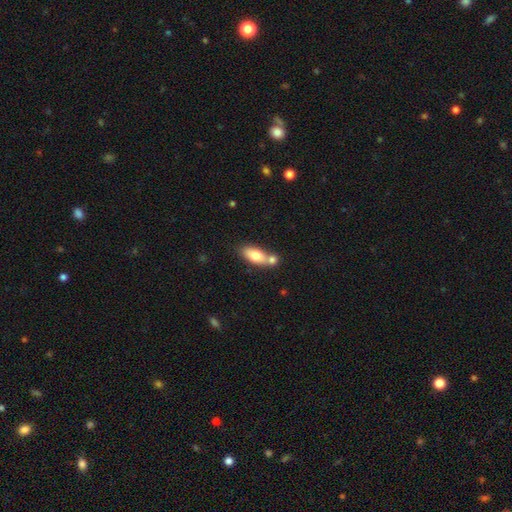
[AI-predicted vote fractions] A smooth galaxy with no disk features (73%) that is in between round and cigar-shaped (80%). Merging: merger (45%).